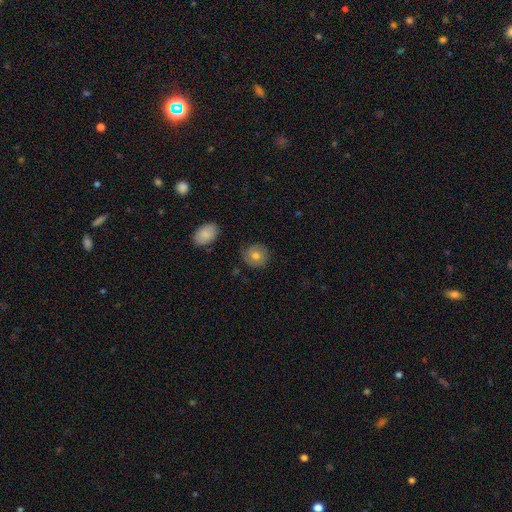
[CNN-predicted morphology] Overall: smooth (74%). How rounded: round (89%). Merging: none (84%).